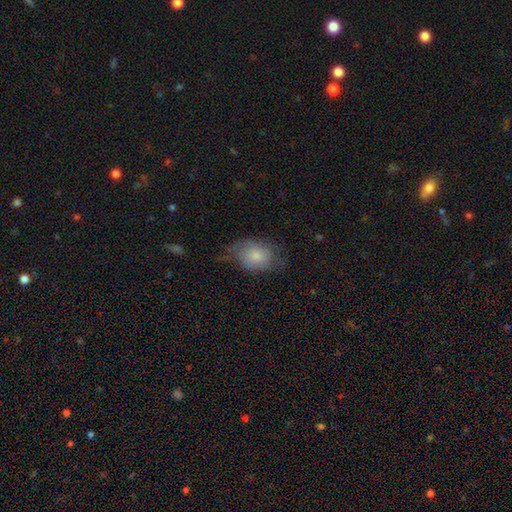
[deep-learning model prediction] smooth_or_featured: smooth (p=0.68) [alt: featured or disk p=0.24]
how_rounded: in between (p=0.70) [alt: round p=0.29]
merging: none (p=0.46) [alt: minor disturbance p=0.33]